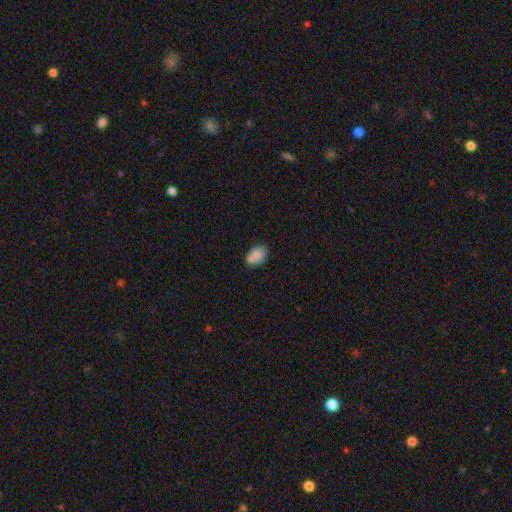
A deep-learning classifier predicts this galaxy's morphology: A smooth galaxy with no disk features (80%) that is in between round and cigar-shaped (78%). Merging: none (55%).